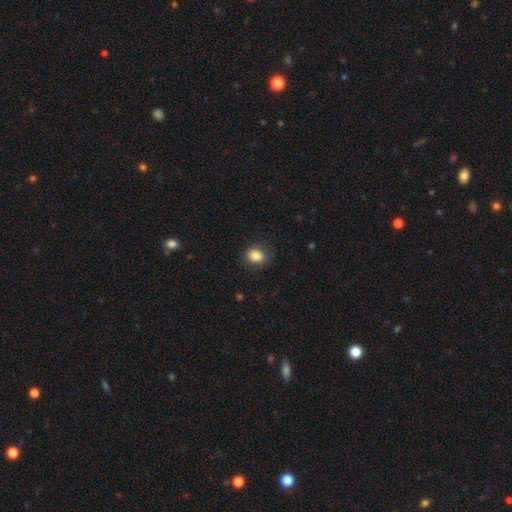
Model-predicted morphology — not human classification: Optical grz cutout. It shows a smooth galaxy with no disk features (84%) that is round (57%). Merging: none (78%).